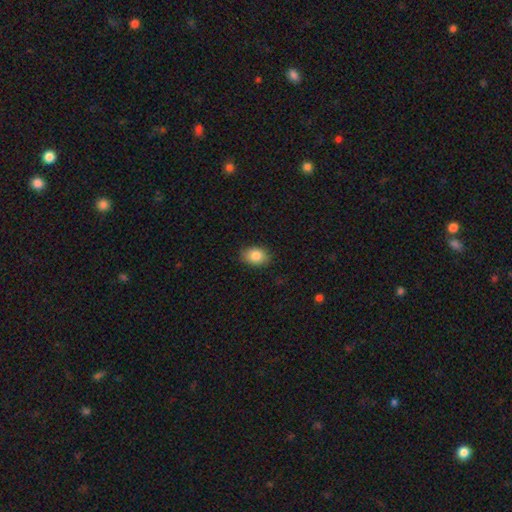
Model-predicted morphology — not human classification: This is clearly a smooth galaxy (85%). How rounded: likely in between (76%). Merging: clearly none (86%).